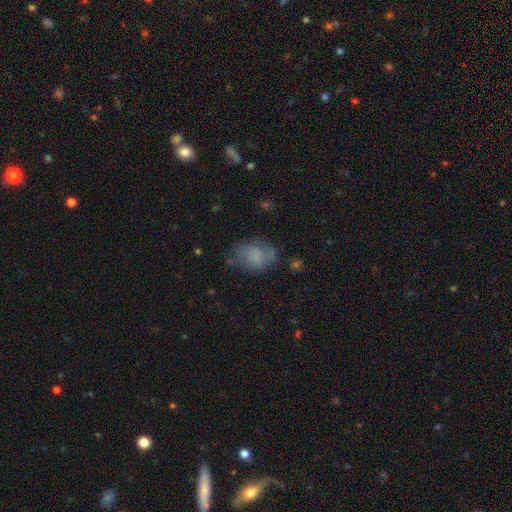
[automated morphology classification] Overall: smooth (61%; featured or disk 28%). How rounded: in between (76%). Merging: none (55%; minor disturbance 27%).